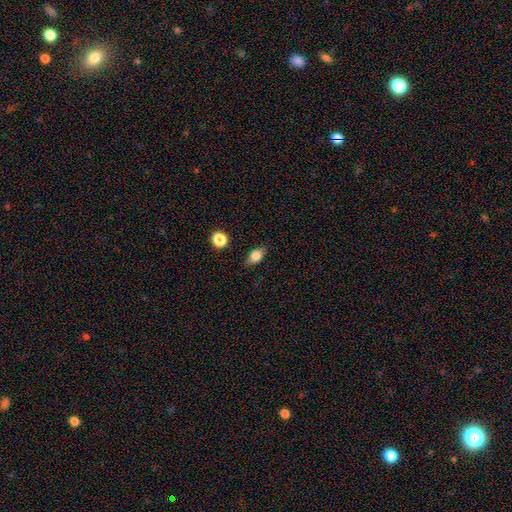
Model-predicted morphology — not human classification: This is likely a smooth galaxy (78%). How rounded: likely in between (79%). Merging: clearly none (83%).